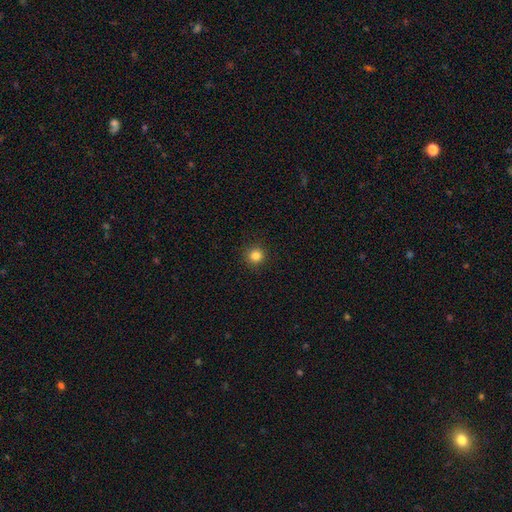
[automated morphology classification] Smooth or featured? smooth (84%)
How rounded? round (95%)
Merging? none (92%)